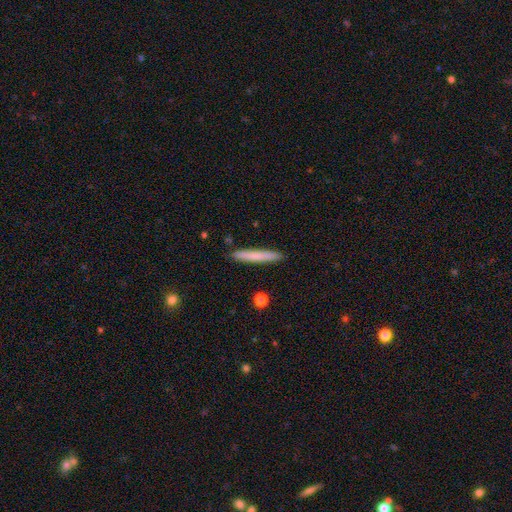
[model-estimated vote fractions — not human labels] Smooth or featured? Predicted: smooth (p=0.72). How rounded? Predicted: cigar-shaped (p=0.96). Merging? Predicted: none (p=0.91).